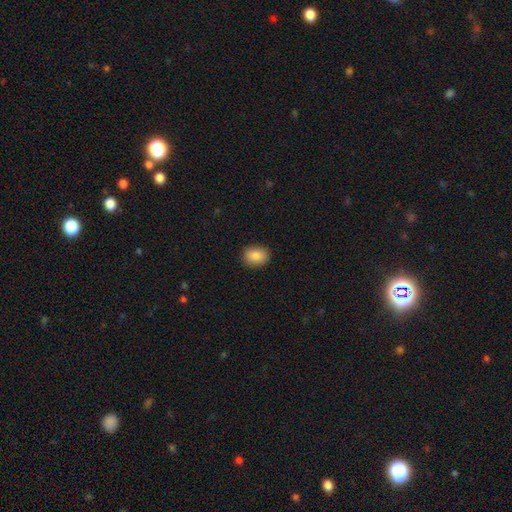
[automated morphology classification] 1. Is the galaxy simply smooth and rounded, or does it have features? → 86% smooth, 8% star or artifact, 6% featured or disk.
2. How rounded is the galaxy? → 58% in between, 41% round, 1% cigar-shaped.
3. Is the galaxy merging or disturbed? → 89% none, 8% minor disturbance, 2% major disturbance, 1% merger.